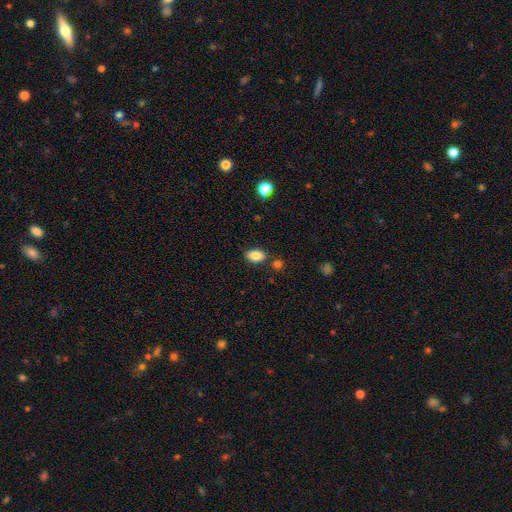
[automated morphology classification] A smooth galaxy with no disk features (86%) that is in between round and cigar-shaped (88%).

Vote fractions:
- Smooth or featured? smooth: 86% / star or artifact: 9% / featured or disk: 6%
- How rounded? in between: 88% / round: 10% / cigar-shaped: 2%
- Merging? none: 80% / minor disturbance: 11% / merger: 6% / major disturbance: 3%